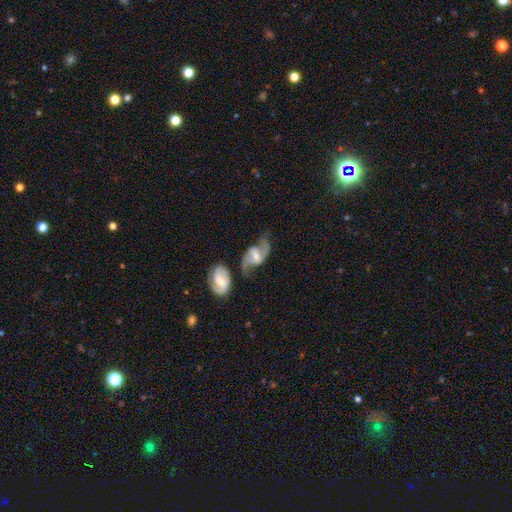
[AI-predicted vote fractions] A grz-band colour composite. It shows a featured or disk galaxy (80%) with a weak bar (48%), 2 (90%) loose (58%) spiral arms (92%) and a moderate central bulge (48%). Merging: none (52%).